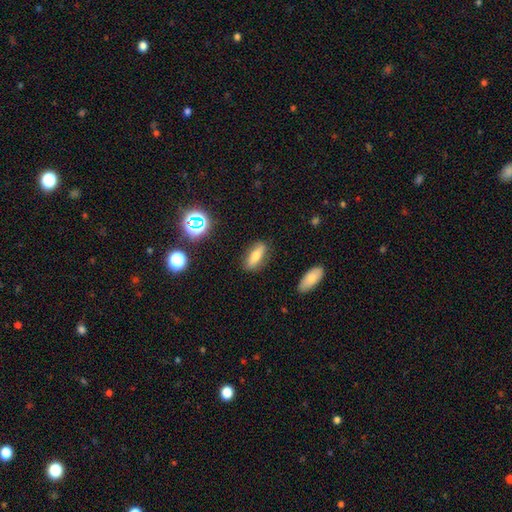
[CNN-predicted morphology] A smooth galaxy with no disk features (67%) that is in between round and cigar-shaped (64%). Merging: none (85%).